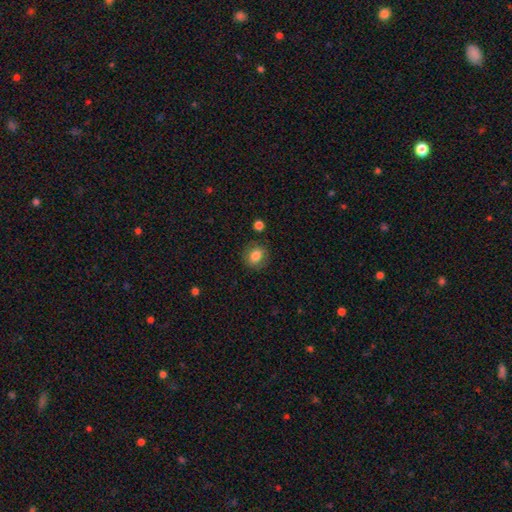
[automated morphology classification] Smooth or featured?
  - smooth: 82% *
  - star or artifact: 9%
  - featured or disk: 9%
How rounded?
  - round: 66% *
  - in between: 33%
  - cigar-shaped: 1%
Merging?
  - none: 83% *
  - minor disturbance: 12%
  - major disturbance: 4%
  - merger: 2%